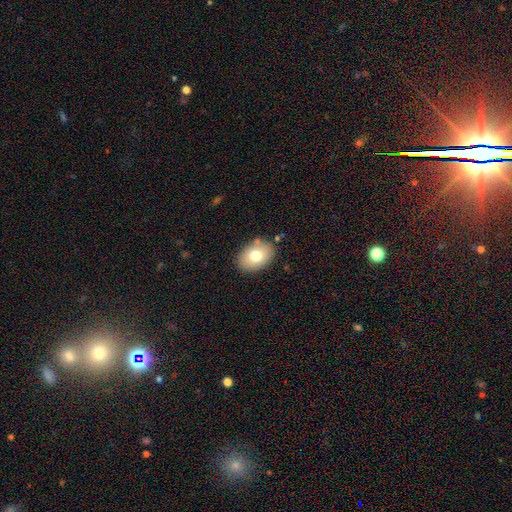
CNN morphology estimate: smooth_or_featured: smooth (p=0.75) [alt: featured or disk p=0.17]
how_rounded: in between (p=0.78) [alt: round p=0.21]
merging: none (p=0.84) [alt: minor disturbance p=0.11]